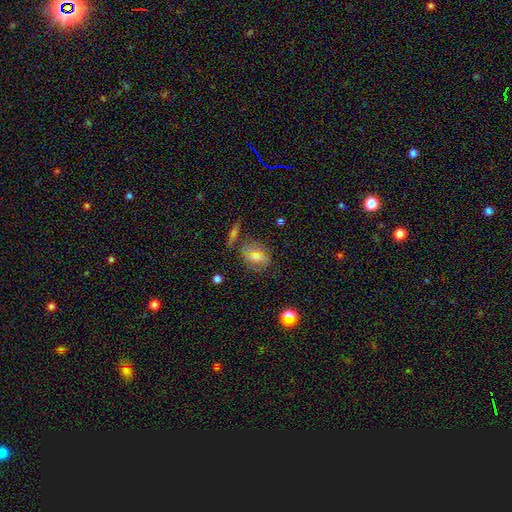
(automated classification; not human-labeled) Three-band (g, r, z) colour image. It shows a smooth galaxy with no disk features (48%). Merging: none (72%).